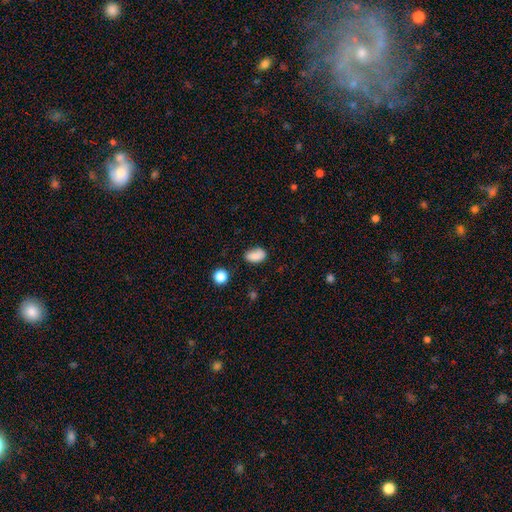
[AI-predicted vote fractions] Smooth or featured? smooth (83%)
How rounded? in between (87%)
Merging? none (67%)